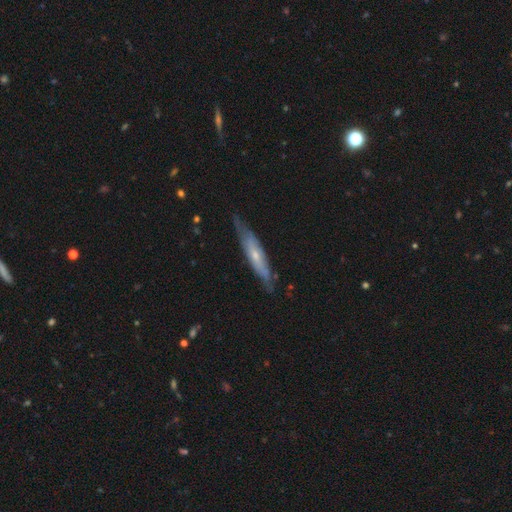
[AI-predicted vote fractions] Smooth or featured? Predicted: featured or disk (p=0.63). Edge-on disk? Predicted: yes (p=0.65). Merging? Predicted: none (p=0.71).